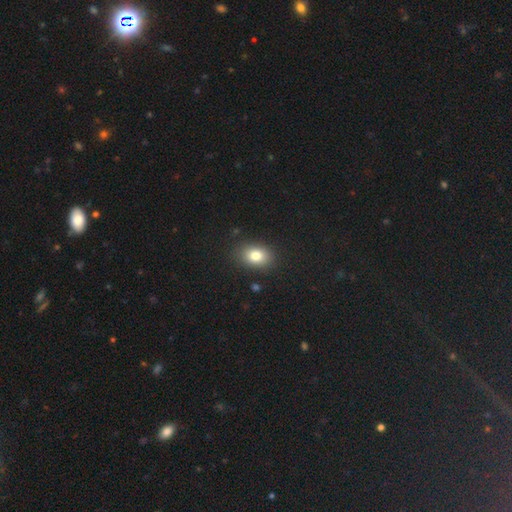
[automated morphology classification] A smooth galaxy with no disk features (82%) that is in between round and cigar-shaped (71%). Merging: none (86%).